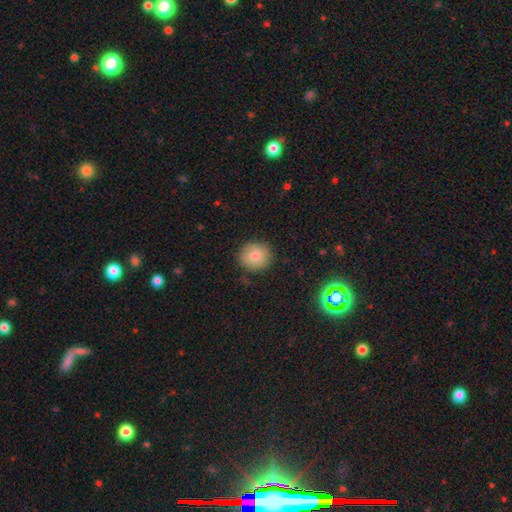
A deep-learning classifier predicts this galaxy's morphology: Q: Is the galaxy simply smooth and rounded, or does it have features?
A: smooth — 85%.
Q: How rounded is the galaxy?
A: round — 87%.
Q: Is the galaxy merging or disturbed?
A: none — 85%.